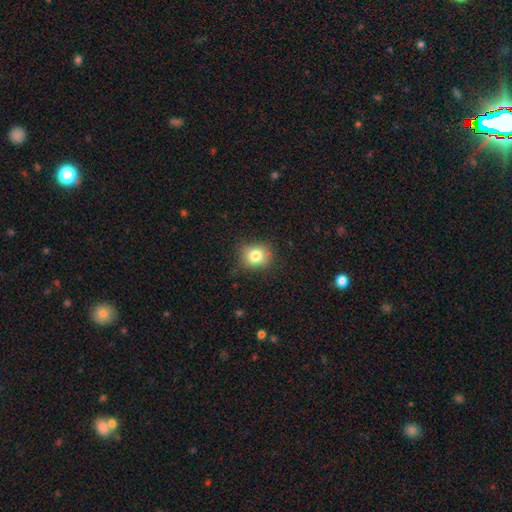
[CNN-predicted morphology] A smooth galaxy with no disk features (79%) that is round (73%).

Vote fractions:
- Smooth or featured? smooth: 79% / star or artifact: 12% / featured or disk: 9%
- How rounded? round: 73% / in between: 26% / cigar-shaped: 1%
- Merging? none: 79% / minor disturbance: 16% / major disturbance: 4% / merger: 1%